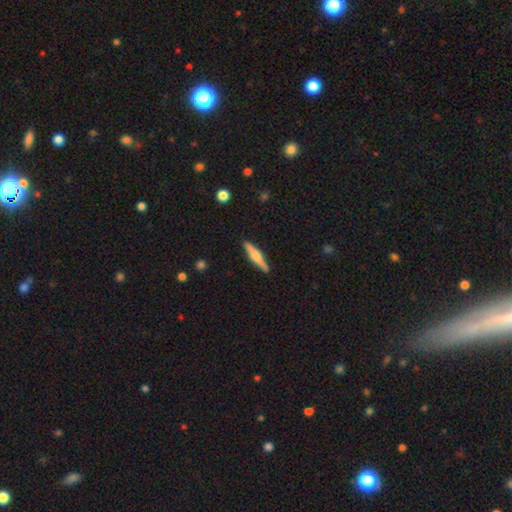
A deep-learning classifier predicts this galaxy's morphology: smooth_or_featured: featured or disk (p=0.58) [alt: smooth p=0.36]
disk_edge_on: yes (p=0.97) [alt: no p=0.03]
edge_on_bulge: rounded (p=0.84) [alt: boxy p=0.10]
merging: none (p=0.90) [alt: minor disturbance p=0.07]